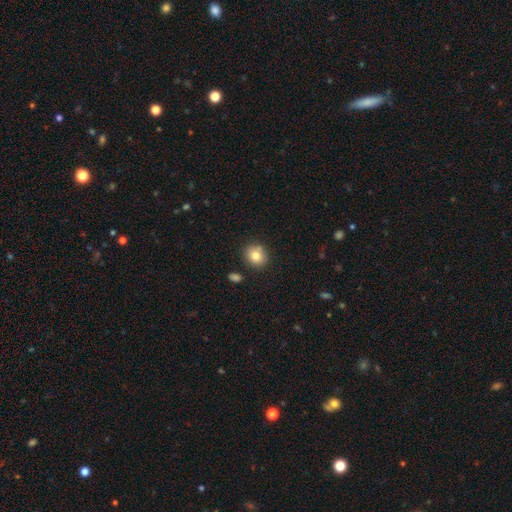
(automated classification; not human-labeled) The model was most divided on "how rounded": round: 76%, in between: 23%, cigar-shaped: 1%. More confident: merging — none (82%); smooth or featured — smooth (81%).